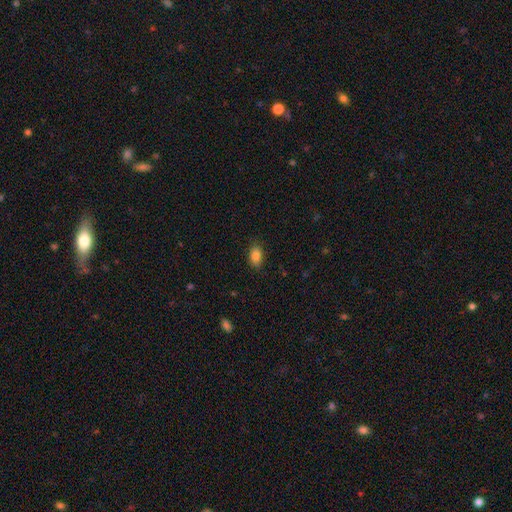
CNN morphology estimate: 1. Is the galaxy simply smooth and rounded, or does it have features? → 87% smooth, 9% star or artifact, 4% featured or disk.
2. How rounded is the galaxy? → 89% in between, 9% round, 2% cigar-shaped.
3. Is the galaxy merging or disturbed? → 86% none, 11% minor disturbance, 3% major disturbance, 1% merger.